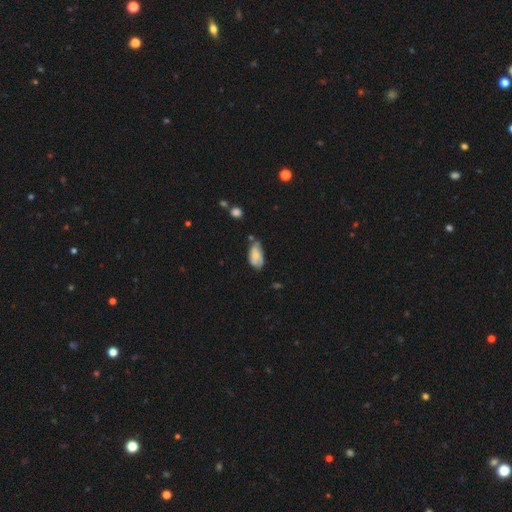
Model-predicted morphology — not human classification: Q: Smooth or featured?
A: smooth (65%); runner-up: featured or disk (28%)
Q: How rounded?
A: in between (92%); runner-up: cigar-shaped (5%)
Q: Merging?
A: none (46%); runner-up: minor disturbance (37%)